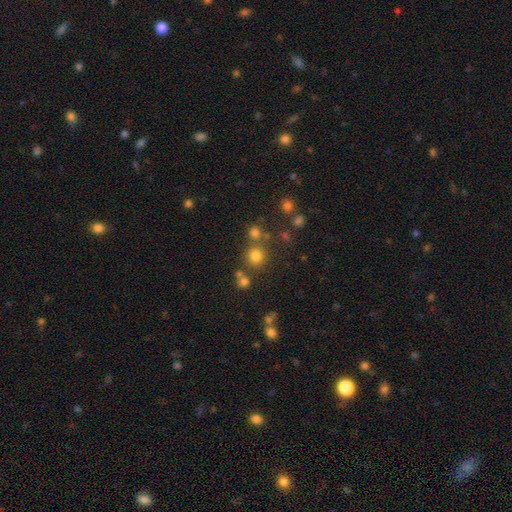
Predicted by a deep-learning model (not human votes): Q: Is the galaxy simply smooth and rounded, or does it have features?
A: smooth — 74%.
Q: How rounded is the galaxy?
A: round — 91%.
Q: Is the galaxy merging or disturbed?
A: none — 73%.